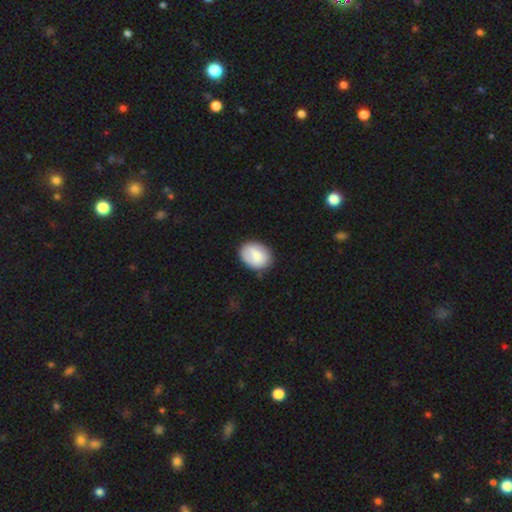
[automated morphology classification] Overall: smooth (79%). How rounded: in between (69%; round 30%). Merging: none (78%).